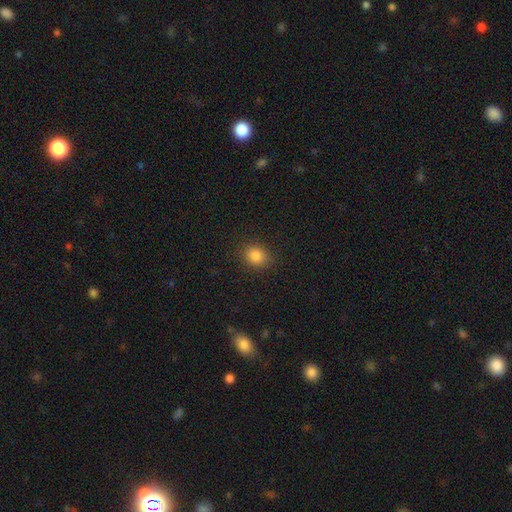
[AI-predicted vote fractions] Overall: smooth (85%). How rounded: round (55%; in between 44%). Merging: none (88%).